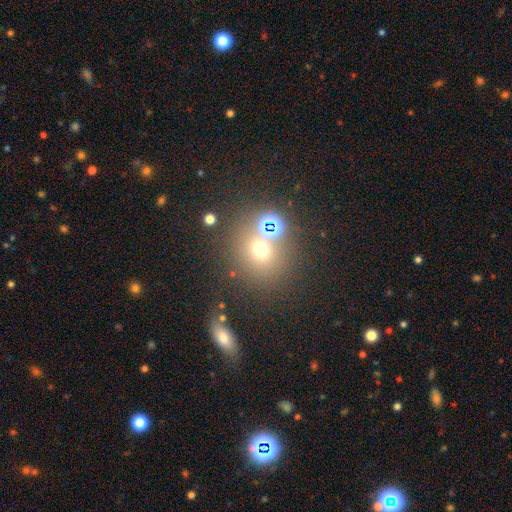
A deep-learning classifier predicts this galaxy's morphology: Smooth or featured?
  - smooth: 47% *
  - star or artifact: 38%
  - featured or disk: 15%
Merging?
  - none: 57% *
  - merger: 29%
  - minor disturbance: 9%
  - major disturbance: 5%